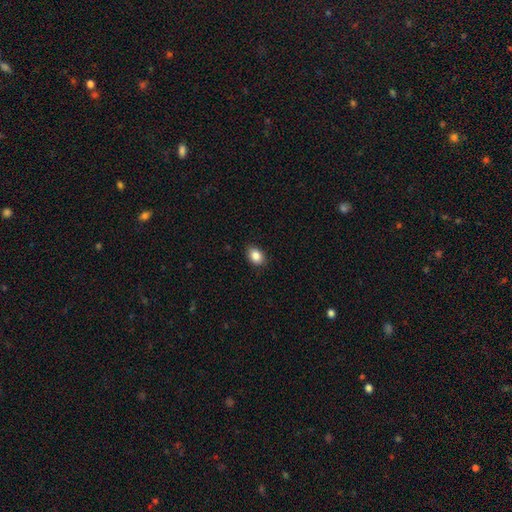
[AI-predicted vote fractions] A smooth galaxy with no disk features (86%) that is in between round and cigar-shaped (76%).

Vote fractions:
- Smooth or featured? smooth: 86% / star or artifact: 9% / featured or disk: 5%
- How rounded? in between: 76% / round: 23% / cigar-shaped: 1%
- Merging? none: 87% / minor disturbance: 10% / major disturbance: 2% / merger: 1%